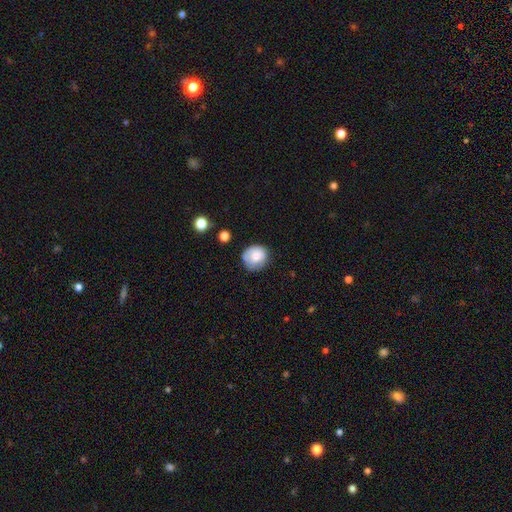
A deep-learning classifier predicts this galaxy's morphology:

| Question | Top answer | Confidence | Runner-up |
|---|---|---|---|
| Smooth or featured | smooth | 77% | featured or disk (15%) |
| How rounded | round | 81% | in between (18%) |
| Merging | none | 68% | minor disturbance (23%) |